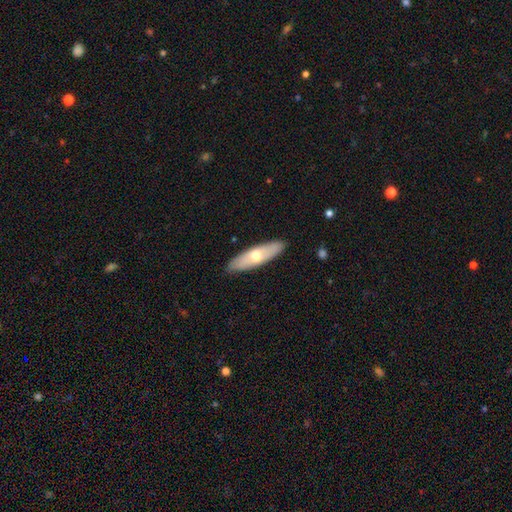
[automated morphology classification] type=smooth (56%); roundness=cigar-shaped (53%); merging=none (88%).